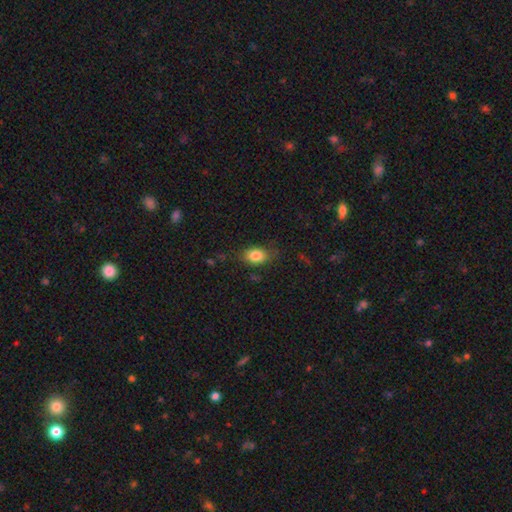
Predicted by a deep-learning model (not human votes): Q: Smooth or featured?
A: smooth (83%); runner-up: star or artifact (9%)
Q: How rounded?
A: in between (79%); runner-up: round (19%)
Q: Merging?
A: none (76%); runner-up: minor disturbance (17%)